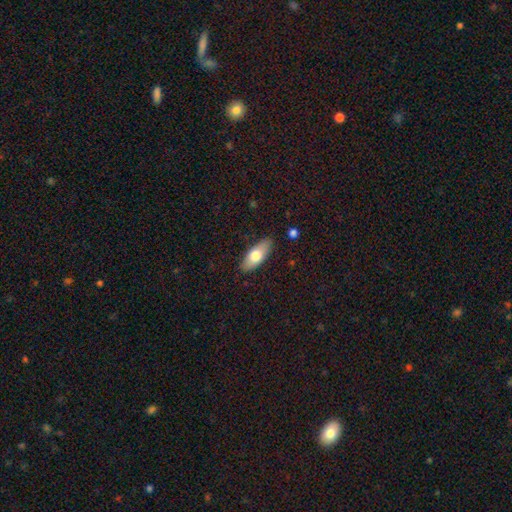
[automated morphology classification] smooth-or-featured: smooth: 69% | featured or disk: 25% | star or artifact: 6%
  how-rounded: in between: 79% | cigar-shaped: 19% | round: 2%
  merging: none: 87% | minor disturbance: 10% | major disturbance: 2% | merger: 1%